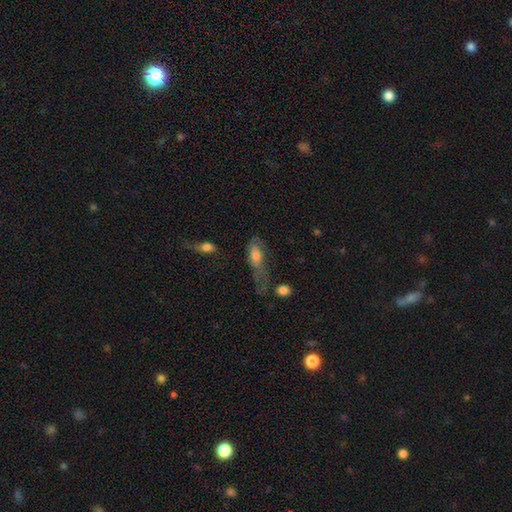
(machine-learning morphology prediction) This appears to be a smooth galaxy with no disk features (59%) that is in between round and cigar-shaped (75%). Merging: major disturbance (42%).